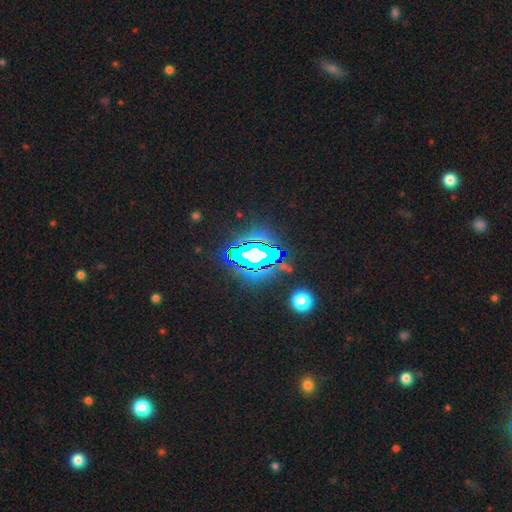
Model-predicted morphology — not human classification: Smooth or featured?
  - star or artifact: 67% *
  - featured or disk: 17%
  - smooth: 16%